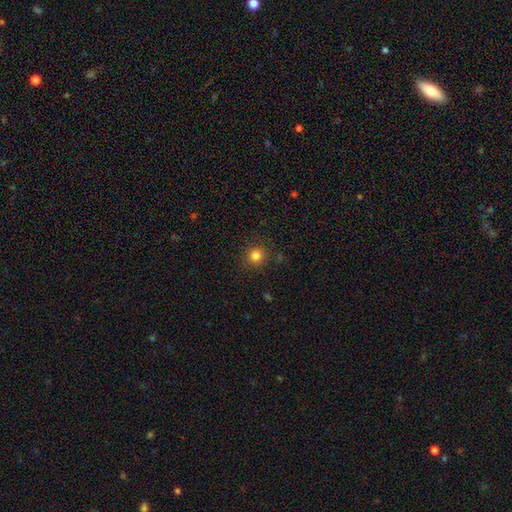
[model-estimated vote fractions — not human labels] Smooth or featured?
  - smooth: 82% *
  - star or artifact: 13%
  - featured or disk: 5%
How rounded?
  - round: 94% *
  - in between: 5%
  - cigar-shaped: 1%
Merging?
  - none: 90% *
  - minor disturbance: 6%
  - major disturbance: 2%
  - merger: 1%